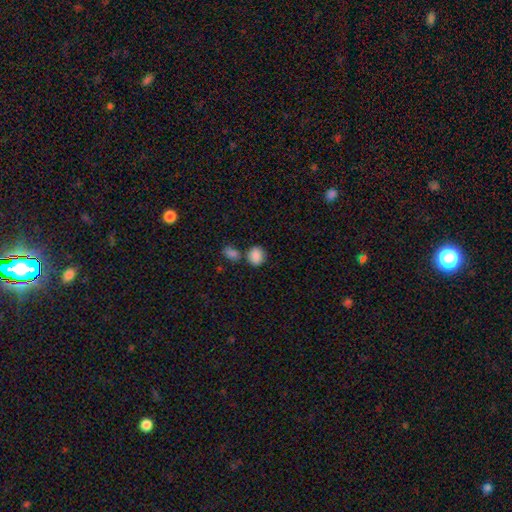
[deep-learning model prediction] This appears to be a smooth galaxy with no disk features (87%) that is round (61%). Merging: none (63%).